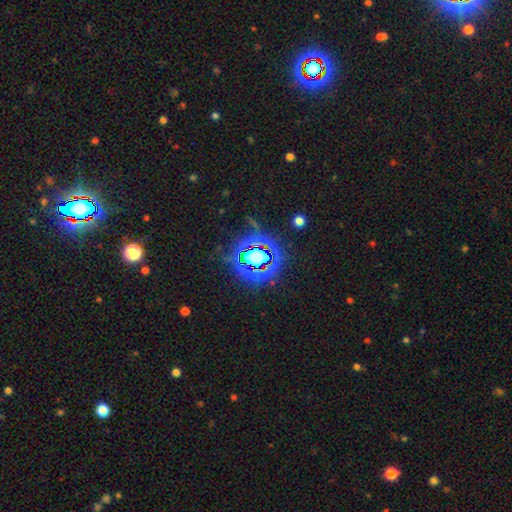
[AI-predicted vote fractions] The model was most divided on "smooth or featured": star or artifact: 83%, smooth: 10%, featured or disk: 7%.